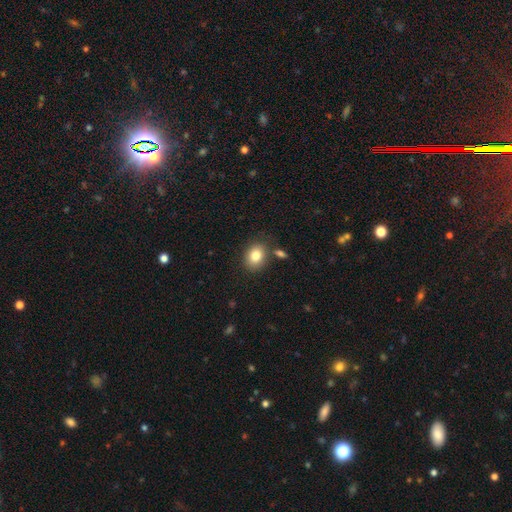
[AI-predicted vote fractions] Smooth or featured? Predicted: smooth (p=0.82). How rounded? Predicted: in between (p=0.58). Merging? Predicted: none (p=0.76).